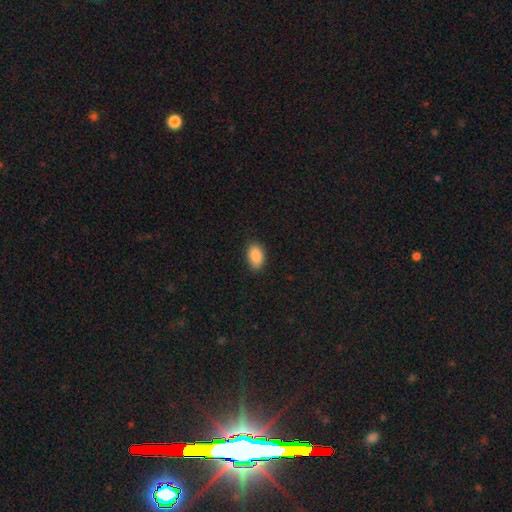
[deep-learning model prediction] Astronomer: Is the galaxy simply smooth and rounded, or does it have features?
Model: smooth — 89%.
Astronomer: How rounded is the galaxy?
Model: in between — 90%.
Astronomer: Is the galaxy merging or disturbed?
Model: none — 83%.